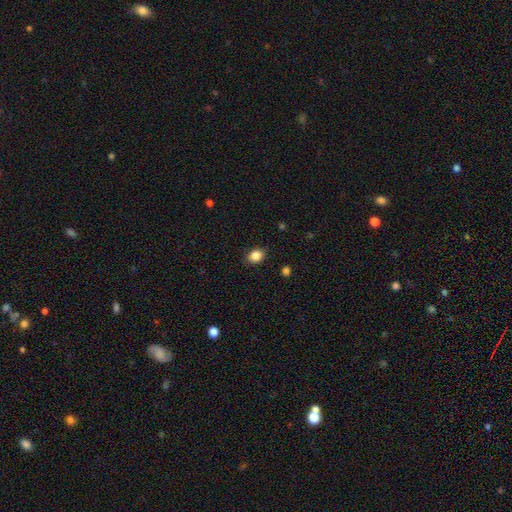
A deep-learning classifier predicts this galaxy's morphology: Smooth or featured? Predicted: smooth (p=0.86). How rounded? Predicted: in between (p=0.58). Merging? Predicted: none (p=0.87).